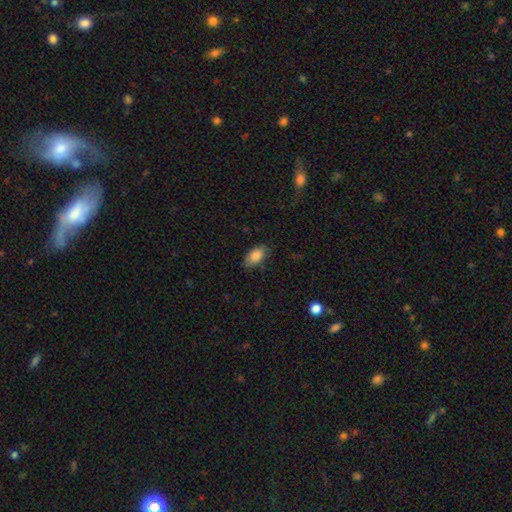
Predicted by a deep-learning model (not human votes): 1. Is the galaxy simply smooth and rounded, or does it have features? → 84% smooth, 9% featured or disk, 7% star or artifact.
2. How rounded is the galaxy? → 92% in between, 5% round, 3% cigar-shaped.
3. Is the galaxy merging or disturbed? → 75% none, 20% minor disturbance, 4% major disturbance, 1% merger.